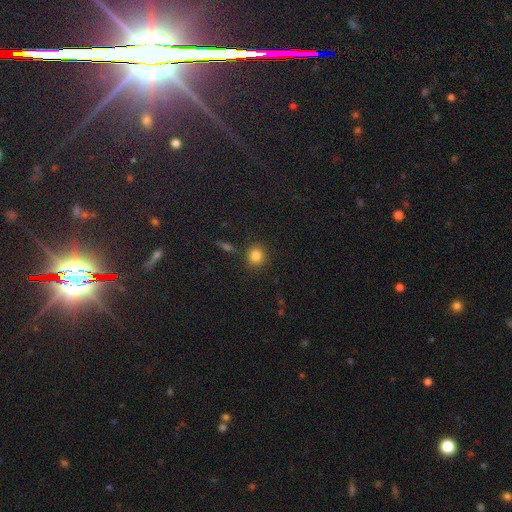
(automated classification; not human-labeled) Morphology: type=smooth (84%); roundness=round (87%); merging=none (85%).